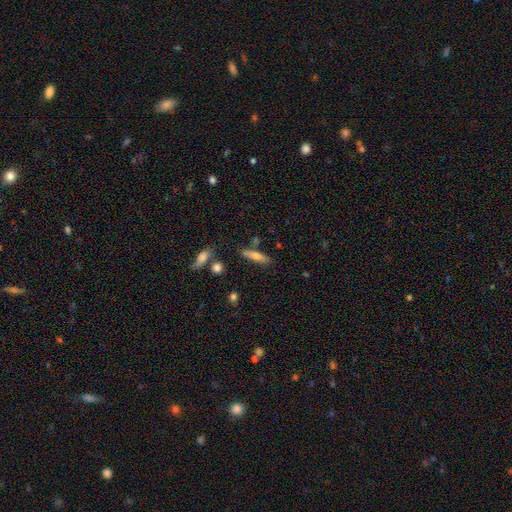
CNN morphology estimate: smooth_or_featured: smooth (p=0.63) [alt: featured or disk p=0.30]
how_rounded: cigar-shaped (p=0.76) [alt: in between p=0.21]
merging: none (p=0.75) [alt: minor disturbance p=0.13]